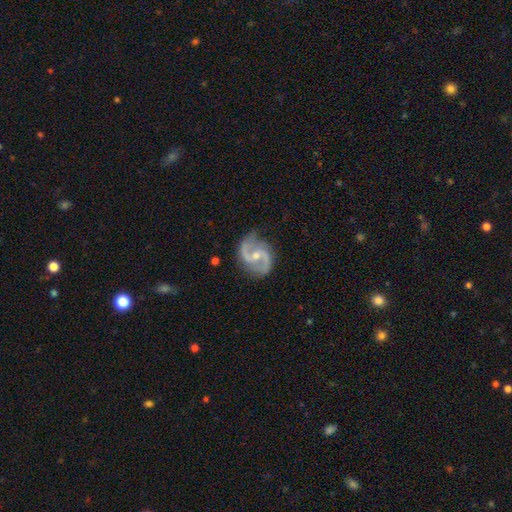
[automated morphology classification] A featured or disk galaxy (91%) with no bar (43%), 2 (94%) medium (55%) spiral arms (98%) and a small central bulge (50%). Merging: none (79%).